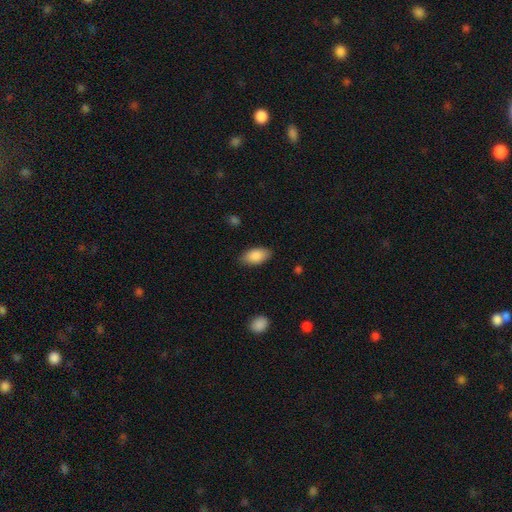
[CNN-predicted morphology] This appears to be a smooth galaxy with no disk features (88%) that is in between round and cigar-shaped (94%). Merging: none (85%).